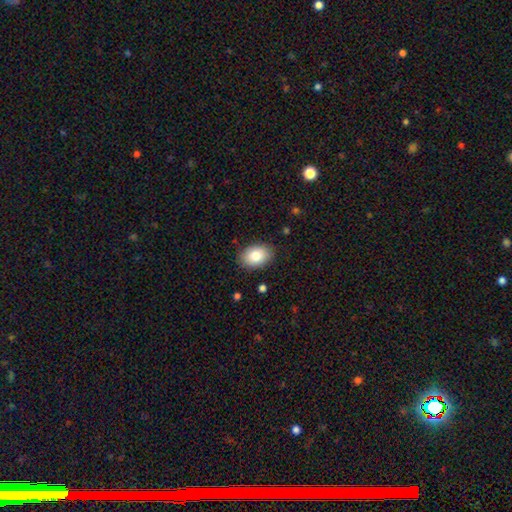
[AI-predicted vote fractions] Overall: smooth (83%). How rounded: in between (83%). Merging: none (86%).